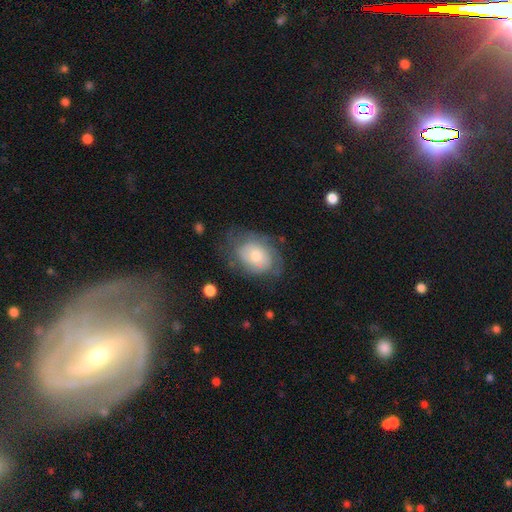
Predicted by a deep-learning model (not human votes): Smooth or featured? featured or disk (49%)
Merging? none (60%)